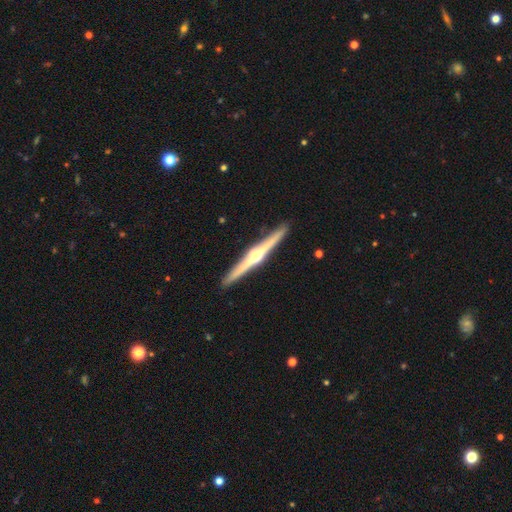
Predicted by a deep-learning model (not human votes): Smooth or featured: featured or disk — 83% (smooth — 13%)
Edge-on disk: yes — 99% (no — 1%)
Edge-on bulge: rounded — 93% (none — 3%)
Merging: none — 93% (minor disturbance — 5%)